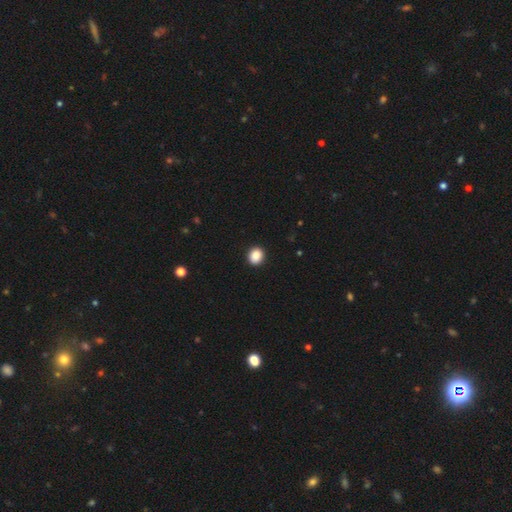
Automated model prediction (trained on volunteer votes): Smooth or featured: smooth — 88% (star or artifact — 9%)
How rounded: round — 72% (in between — 27%)
Merging: none — 92% (minor disturbance — 5%)